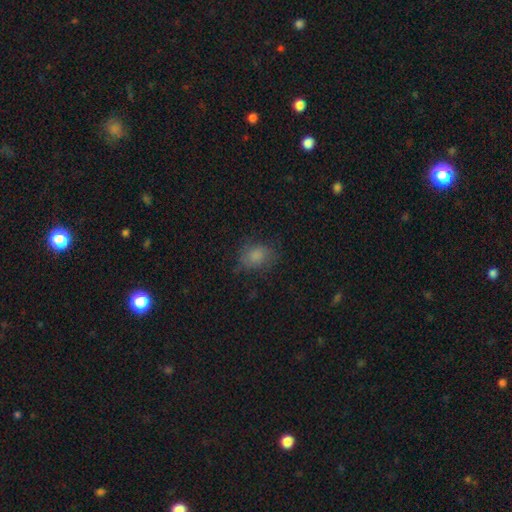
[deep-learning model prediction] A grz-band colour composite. It shows a smooth galaxy with no disk features (78%) that is in between round and cigar-shaped (52%). Merging: none (69%).